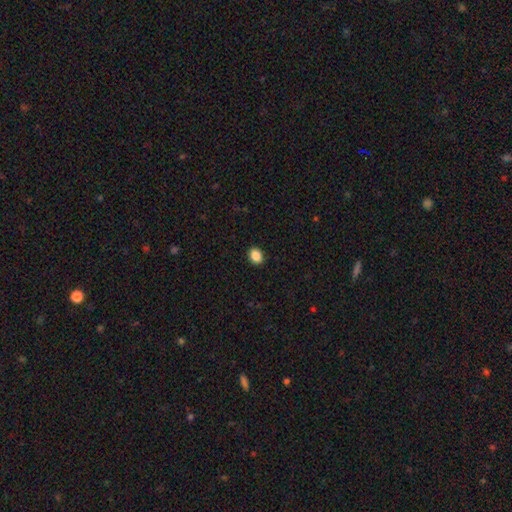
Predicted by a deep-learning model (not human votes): Q: Smooth or featured?
A: smooth (87%); runner-up: star or artifact (9%)
Q: How rounded?
A: round (55%); runner-up: in between (44%)
Q: Merging?
A: none (91%); runner-up: minor disturbance (6%)